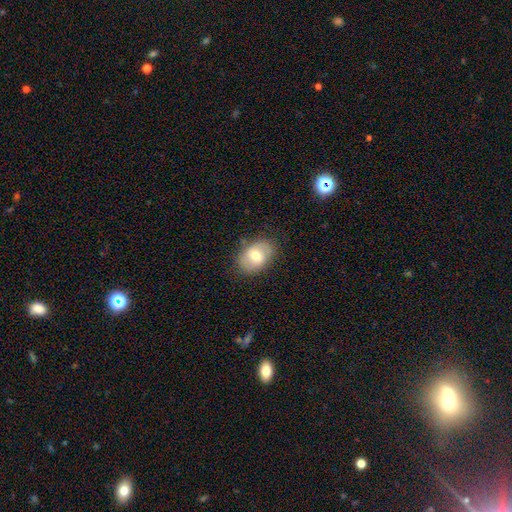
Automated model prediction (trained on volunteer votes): Q: Smooth or featured?
A: smooth (64%); runner-up: featured or disk (29%)
Q: How rounded?
A: in between (77%); runner-up: round (21%)
Q: Merging?
A: none (79%); runner-up: minor disturbance (16%)